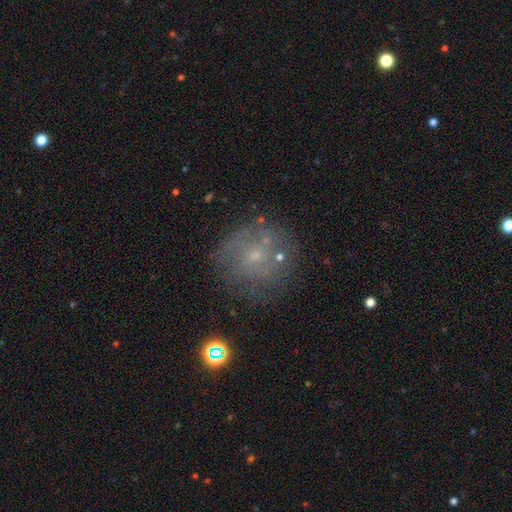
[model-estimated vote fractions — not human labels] A featured or disk galaxy (46%).

Vote fractions:
- Smooth or featured? featured or disk: 46% / smooth: 38% / star or artifact: 17%
- Merging? none: 67% / minor disturbance: 18% / major disturbance: 10% / merger: 5%